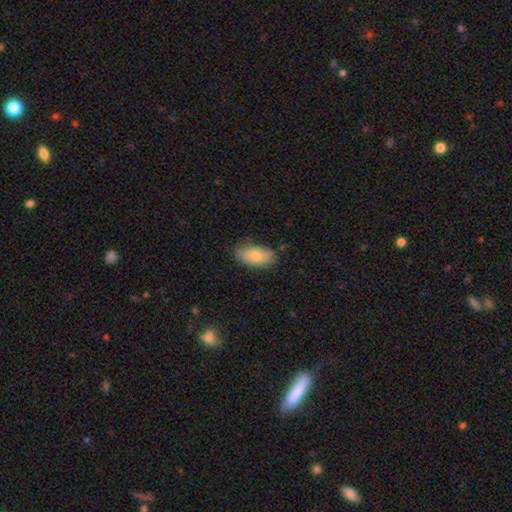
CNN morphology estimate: type=smooth (81%); roundness=in between (92%); merging=none (75%).